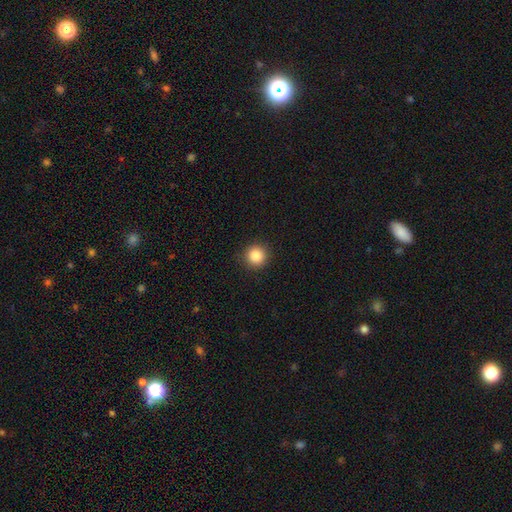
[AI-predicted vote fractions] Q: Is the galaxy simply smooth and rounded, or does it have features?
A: smooth — 86%.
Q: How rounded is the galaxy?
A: round — 94%.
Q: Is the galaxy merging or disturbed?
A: none — 91%.